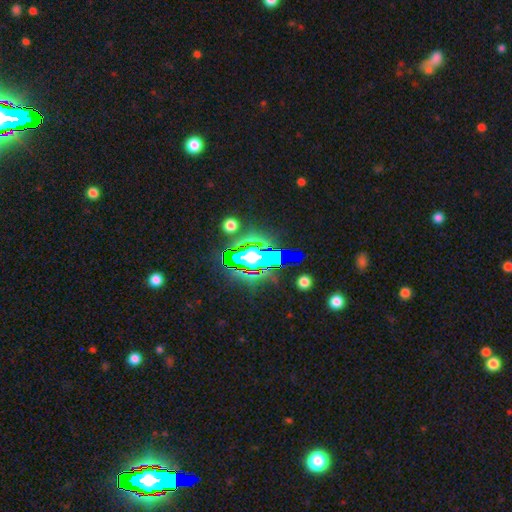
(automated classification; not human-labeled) This appears to be a star or artifact, not a galaxy (77%).